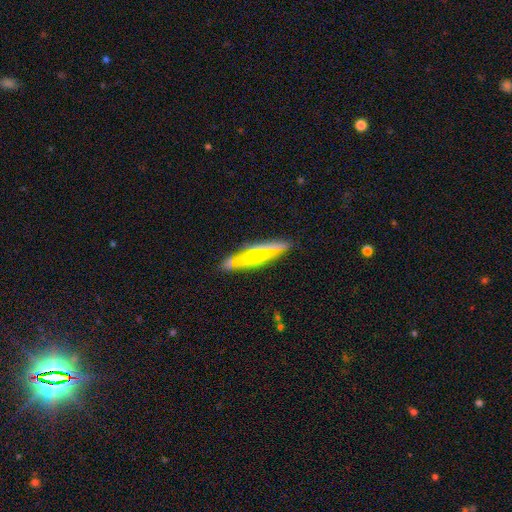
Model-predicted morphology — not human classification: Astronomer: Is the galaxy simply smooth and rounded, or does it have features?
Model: smooth — 54% (runner-up: featured or disk, 35%).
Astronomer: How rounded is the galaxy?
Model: cigar-shaped — 70%.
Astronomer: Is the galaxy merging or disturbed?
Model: none — 76%.